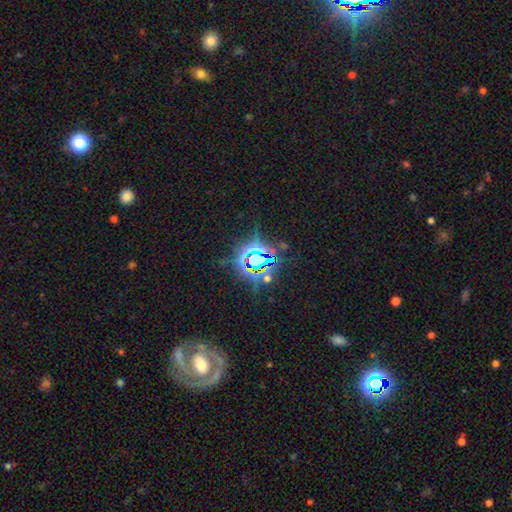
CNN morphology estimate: smooth-or-featured: star or artifact: 79% | smooth: 12% | featured or disk: 9%